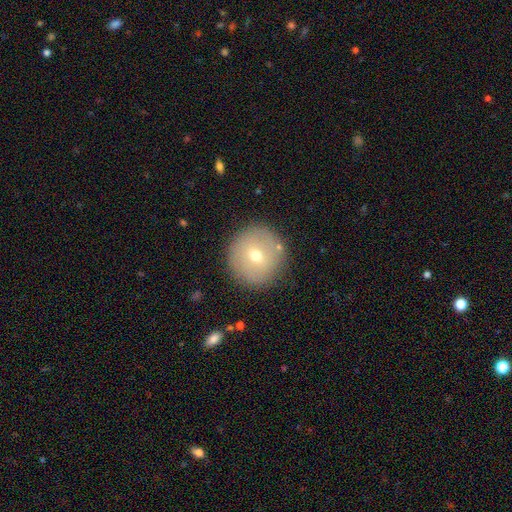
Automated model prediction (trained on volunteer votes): The model was most divided on "smooth or featured": smooth: 64%, featured or disk: 25%, star or artifact: 11%. More confident: how rounded — round (95%); merging — none (87%).